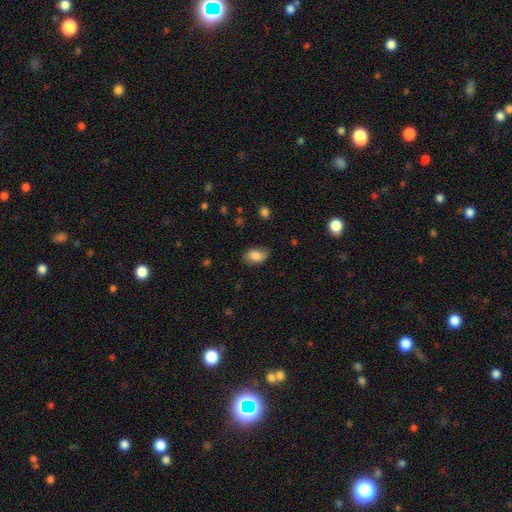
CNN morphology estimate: Smooth or featured? Predicted: smooth (p=0.82). How rounded? Predicted: in between (p=0.88). Merging? Predicted: none (p=0.76).